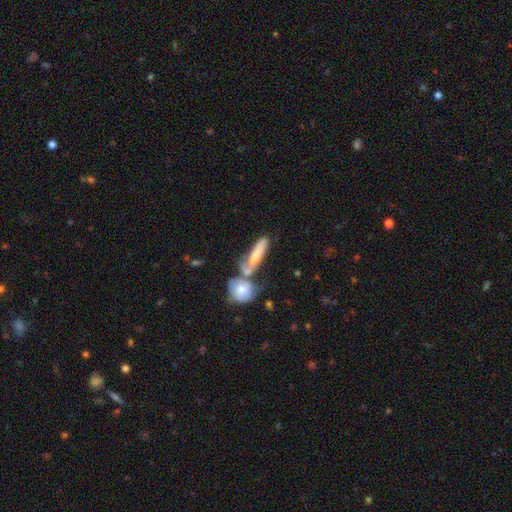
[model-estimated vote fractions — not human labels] This appears to be a smooth galaxy with no disk features (51%) that is cigar-shaped (61%). Merging: none (43%).